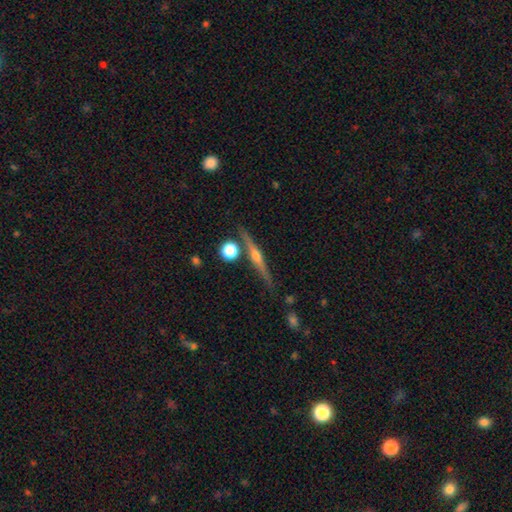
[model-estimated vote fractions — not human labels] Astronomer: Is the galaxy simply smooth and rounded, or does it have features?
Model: featured or disk — 79%.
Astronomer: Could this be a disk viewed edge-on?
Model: yes — 98%.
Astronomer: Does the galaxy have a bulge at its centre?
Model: rounded — 92%.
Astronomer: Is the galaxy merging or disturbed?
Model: none — 86%.